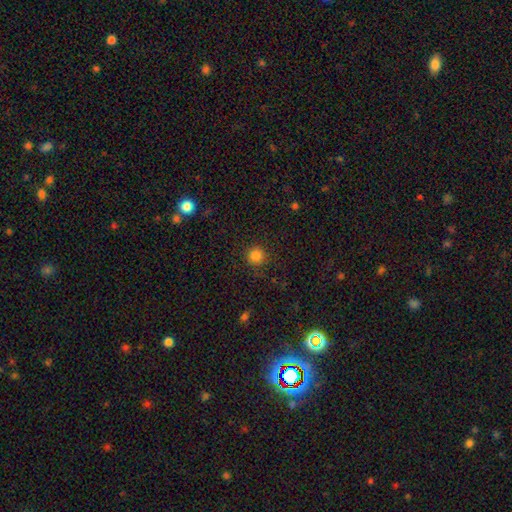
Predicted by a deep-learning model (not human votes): Smooth or featured? Predicted: smooth (p=0.83). How rounded? Predicted: round (p=0.94). Merging? Predicted: none (p=0.88).